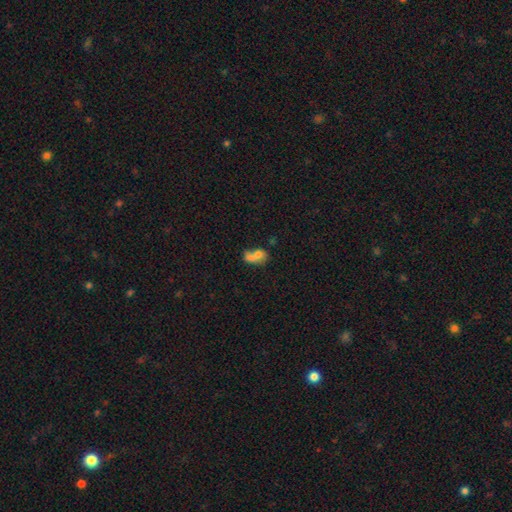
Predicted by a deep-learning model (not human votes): smooth 69%, featured or disk 20%, star or artifact 11%. Down the decision tree: how rounded — in between (64%); merging — merger (68%).